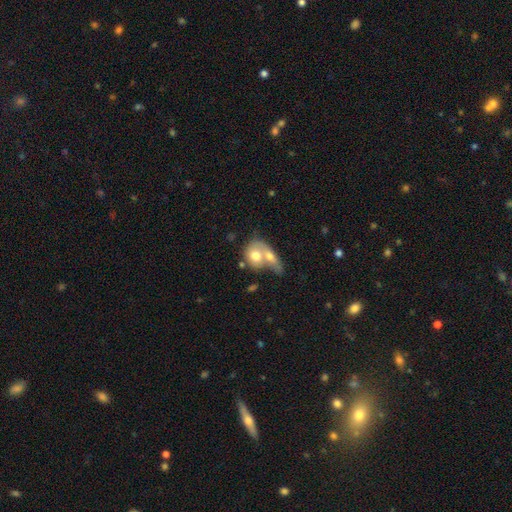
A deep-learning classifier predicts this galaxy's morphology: smooth 66%, featured or disk 28%, star or artifact 6%. Down the decision tree: how rounded — round (49%); merging — merger (73%).